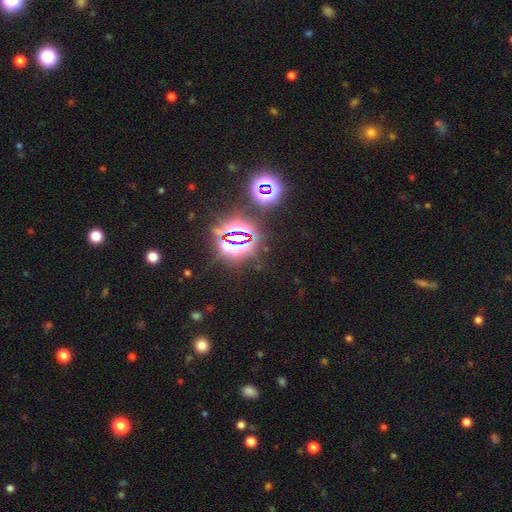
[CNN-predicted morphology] Smooth or featured: star or artifact — 81% (smooth — 12%)